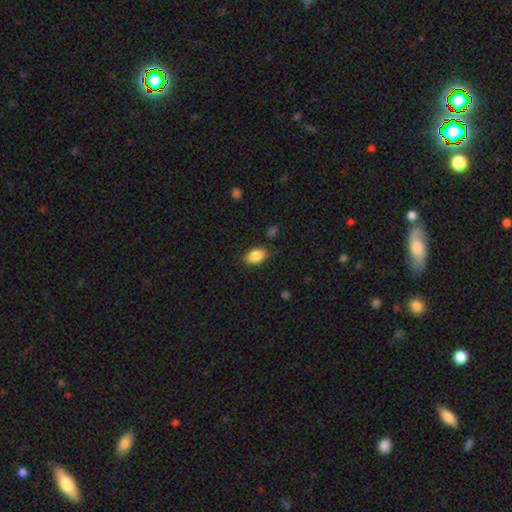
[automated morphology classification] smooth_or_featured: smooth (p=0.86) [alt: star or artifact p=0.08]
how_rounded: in between (p=0.89) [alt: round p=0.08]
merging: none (p=0.85) [alt: minor disturbance p=0.11]